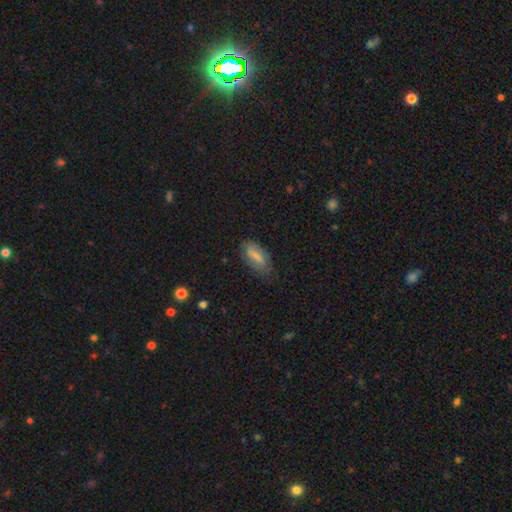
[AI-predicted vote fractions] Q: Smooth or featured?
A: smooth (64%); runner-up: featured or disk (28%)
Q: How rounded?
A: in between (83%); runner-up: cigar-shaped (14%)
Q: Merging?
A: none (66%); runner-up: minor disturbance (25%)